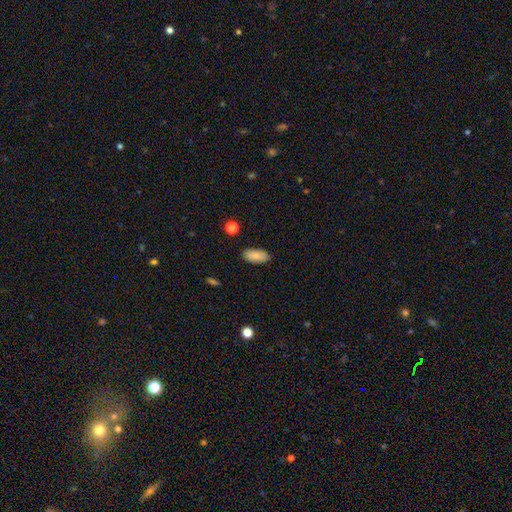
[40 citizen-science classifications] Smooth or featured?
  - smooth: 88% *
  - star or artifact: 8%
  - featured or disk: 5%
How rounded?
  - in between: 89% *
  - cigar-shaped: 9%
  - round: 3%
Merging?
  - none: 81% *
  - minor disturbance: 14%
  - major disturbance: 5%
  - merger: 0%